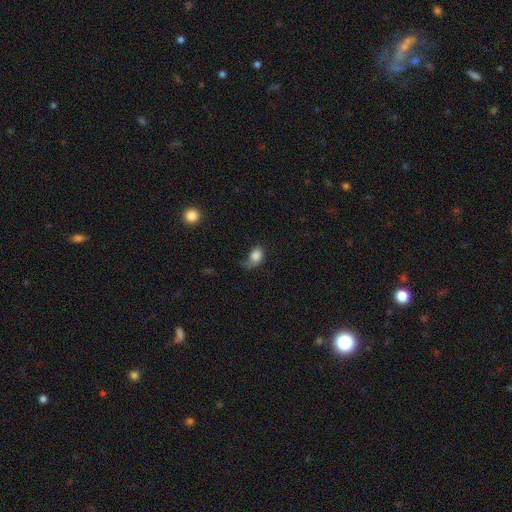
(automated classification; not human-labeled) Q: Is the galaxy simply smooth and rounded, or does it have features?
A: smooth — 80%.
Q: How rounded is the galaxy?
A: in between — 70%.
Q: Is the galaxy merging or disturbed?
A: none — 33%.